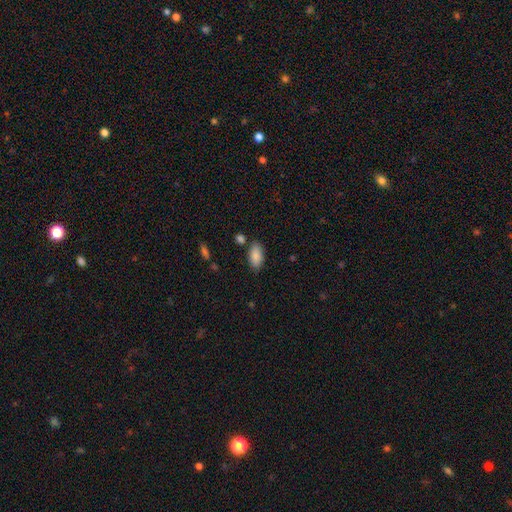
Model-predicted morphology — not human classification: A smooth galaxy with no disk features (87%) that is in between round and cigar-shaped (93%). Merging: none (81%).